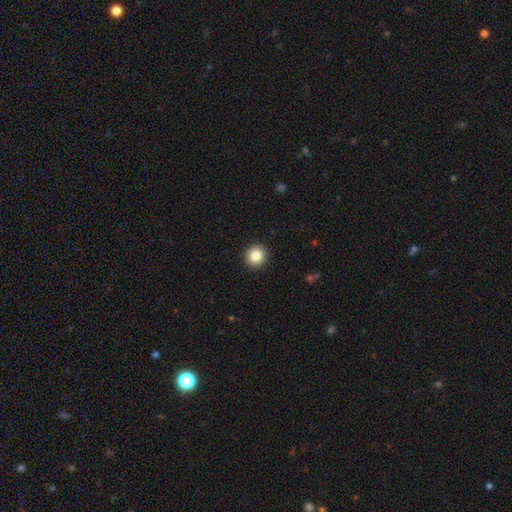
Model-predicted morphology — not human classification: Smooth or featured? smooth (85%)
How rounded? round (93%)
Merging? none (93%)